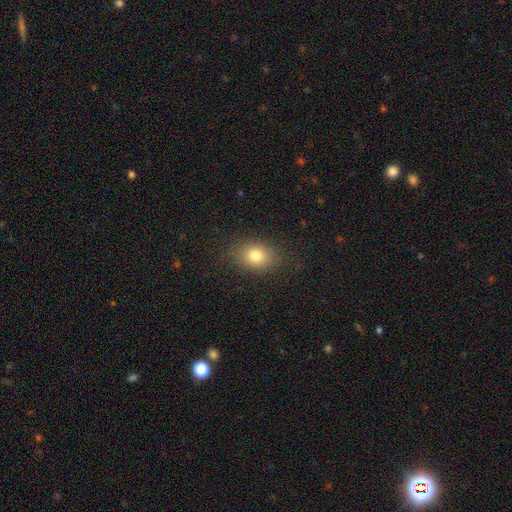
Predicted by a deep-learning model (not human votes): This appears to be a smooth galaxy with no disk features (79%) that is in between round and cigar-shaped (65%). Merging: none (84%).